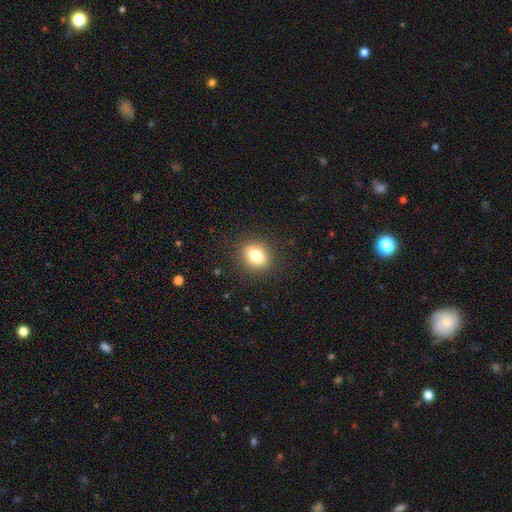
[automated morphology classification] This appears to be a smooth galaxy with no disk features (82%) that is round (60%). Merging: none (86%).